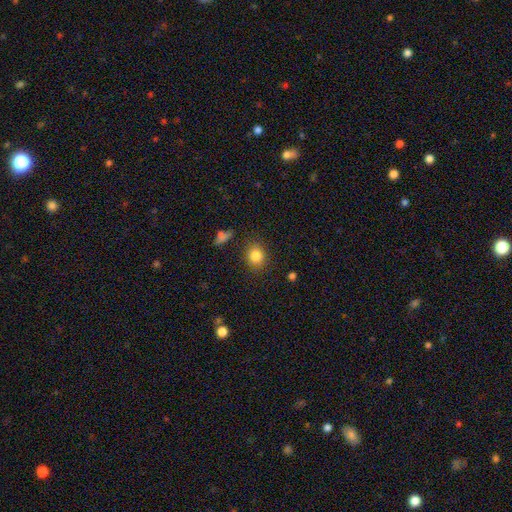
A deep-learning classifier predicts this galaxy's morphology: A smooth galaxy with no disk features (83%) that is round (71%).

Vote fractions:
- Smooth or featured? smooth: 83% / star or artifact: 11% / featured or disk: 6%
- How rounded? round: 71% / in between: 28% / cigar-shaped: 1%
- Merging? none: 84% / minor disturbance: 11% / major disturbance: 3% / merger: 2%